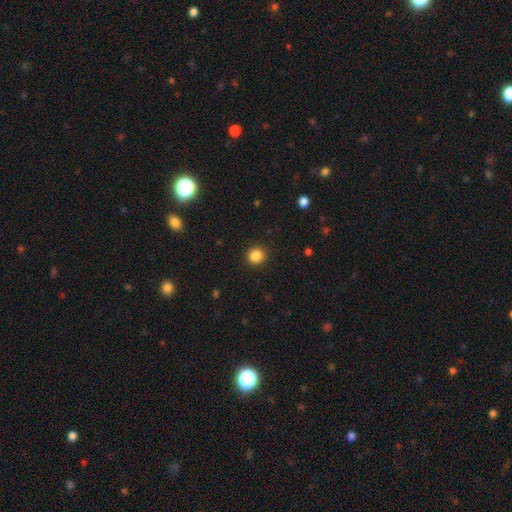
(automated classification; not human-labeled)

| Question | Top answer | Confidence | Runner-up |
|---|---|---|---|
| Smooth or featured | smooth | 86% | star or artifact (11%) |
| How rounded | round | 87% | in between (12%) |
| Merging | none | 90% | minor disturbance (7%) |